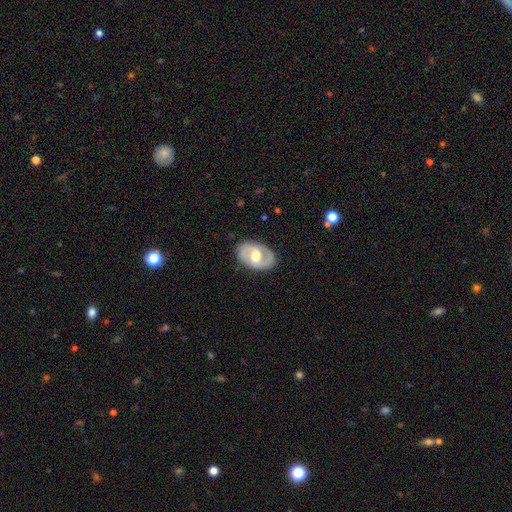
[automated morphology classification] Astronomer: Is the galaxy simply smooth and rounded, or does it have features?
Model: featured or disk — 72%.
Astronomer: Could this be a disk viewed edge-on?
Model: no — 95%.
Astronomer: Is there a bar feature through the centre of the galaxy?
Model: no — 45% (runner-up: weak, 41%).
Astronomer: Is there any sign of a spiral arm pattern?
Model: yes — 69%.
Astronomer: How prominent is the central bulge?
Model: moderate — 60%.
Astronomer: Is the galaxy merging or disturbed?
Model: none — 82%.